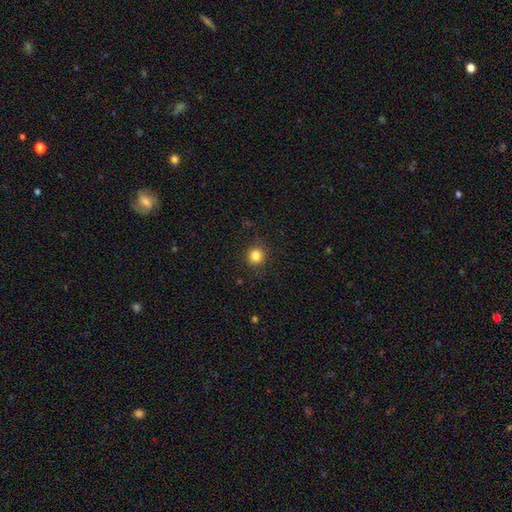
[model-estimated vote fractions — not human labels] This is clearly a smooth galaxy (84%). How rounded: clearly round (93%). Merging: clearly none (89%).